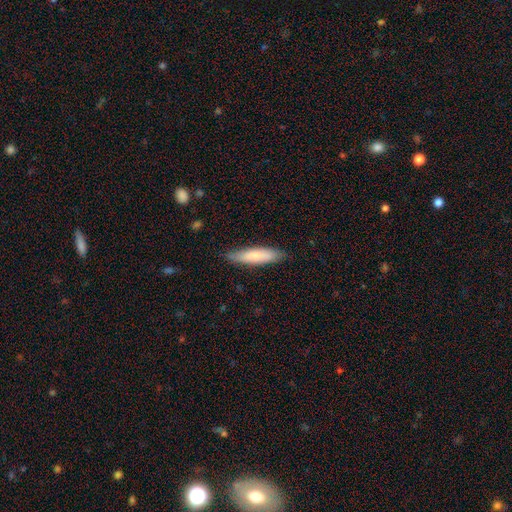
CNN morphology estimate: The model was most divided on "how rounded": cigar-shaped: 74%, in between: 25%, round: 1%. More confident: merging — none (85%); smooth or featured — smooth (78%).